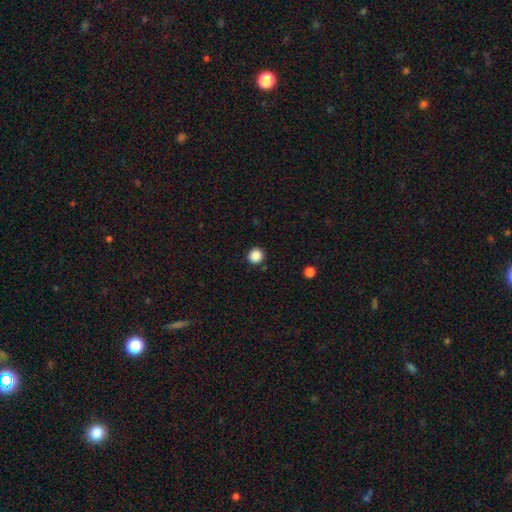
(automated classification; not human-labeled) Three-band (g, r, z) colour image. It shows a smooth galaxy with no disk features (87%) that is round (94%). Merging: none (91%).